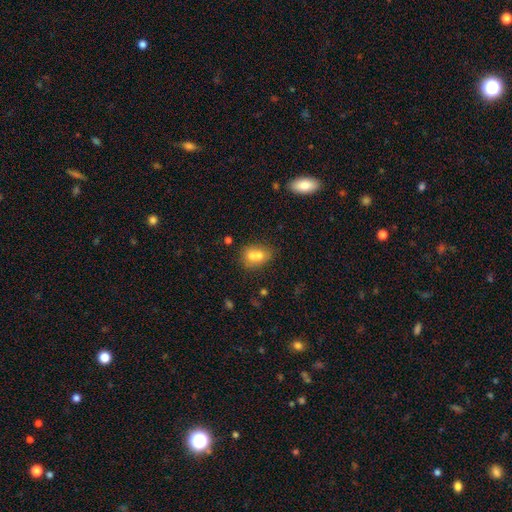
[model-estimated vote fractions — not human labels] Smooth or featured: smooth — 68% (featured or disk — 21%)
How rounded: in between — 50% (round — 49%)
Merging: merger — 63% (none — 26%)